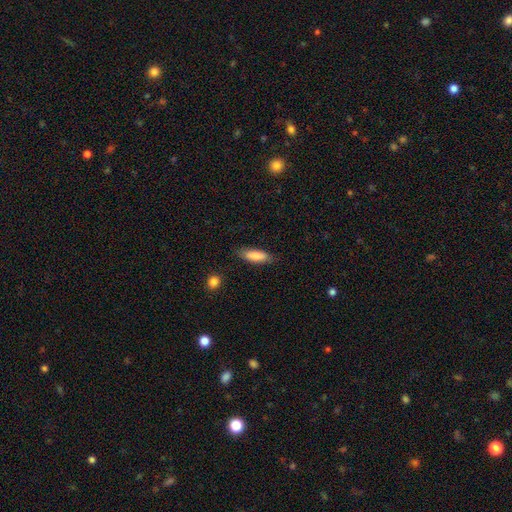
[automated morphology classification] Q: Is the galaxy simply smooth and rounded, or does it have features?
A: smooth — 84%.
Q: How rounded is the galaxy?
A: in between — 59%.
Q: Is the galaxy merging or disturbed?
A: none — 83%.